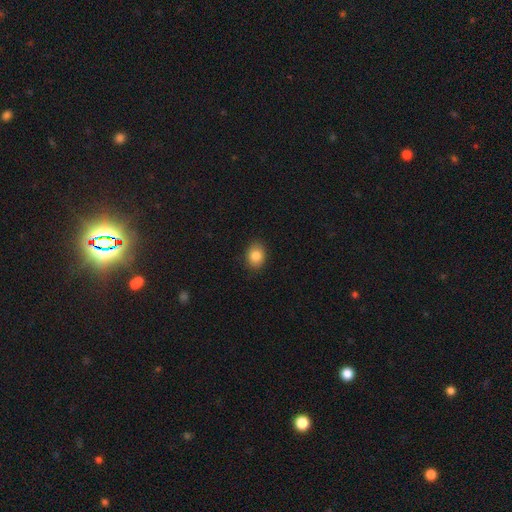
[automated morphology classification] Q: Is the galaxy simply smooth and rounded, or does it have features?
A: smooth — 84%.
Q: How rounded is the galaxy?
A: in between — 57%.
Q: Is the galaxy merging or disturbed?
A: none — 88%.